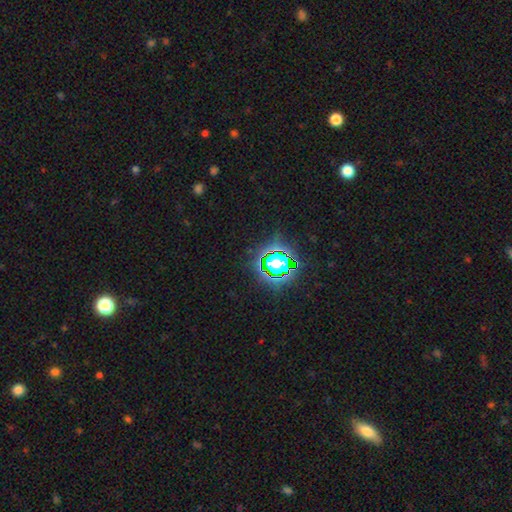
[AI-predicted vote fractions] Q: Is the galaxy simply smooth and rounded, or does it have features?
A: star or artifact — 81%.